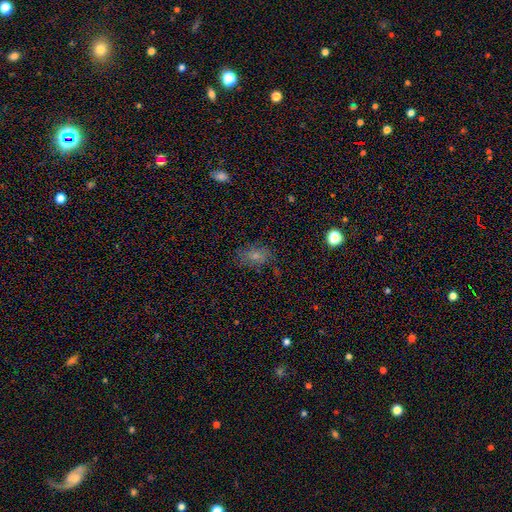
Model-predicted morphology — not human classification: Smooth or featured? Predicted: smooth (p=0.65). How rounded? Predicted: in between (p=0.81). Merging? Predicted: none (p=0.68).